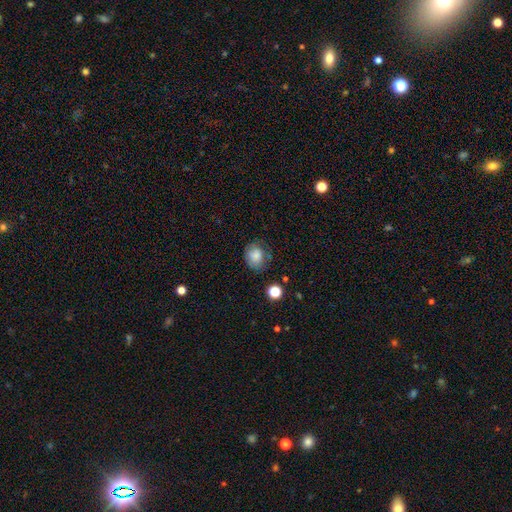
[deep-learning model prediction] Overall: smooth (76%). How rounded: round (62%; in between 37%). Merging: none (59%; minor disturbance 26%).